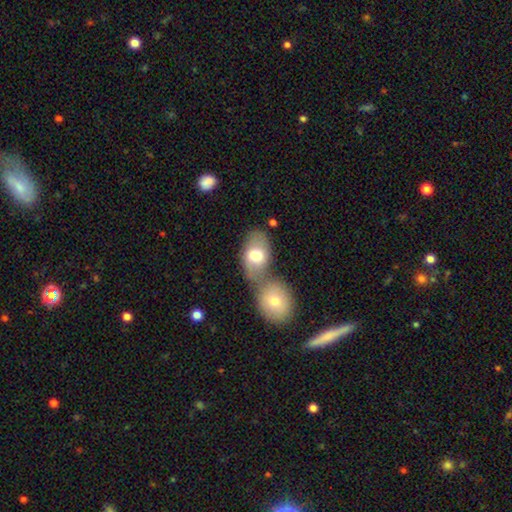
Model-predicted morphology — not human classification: Smooth or featured? Predicted: smooth (p=0.70). How rounded? Predicted: in between (p=0.82). Merging? Predicted: merger (p=0.60).